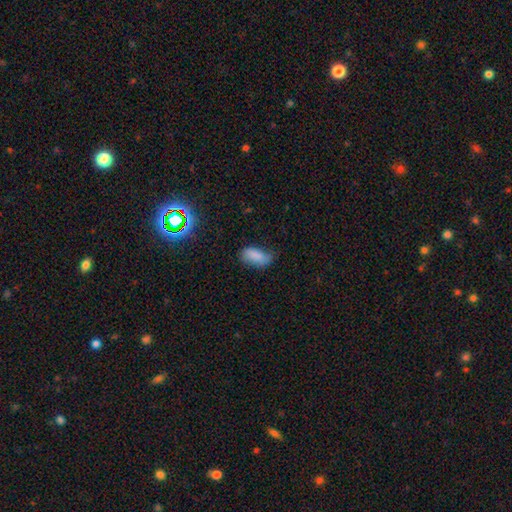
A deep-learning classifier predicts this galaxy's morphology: Smooth or featured: smooth — 81% (featured or disk — 10%)
How rounded: in between — 92% (cigar-shaped — 5%)
Merging: none — 49% (minor disturbance — 36%)